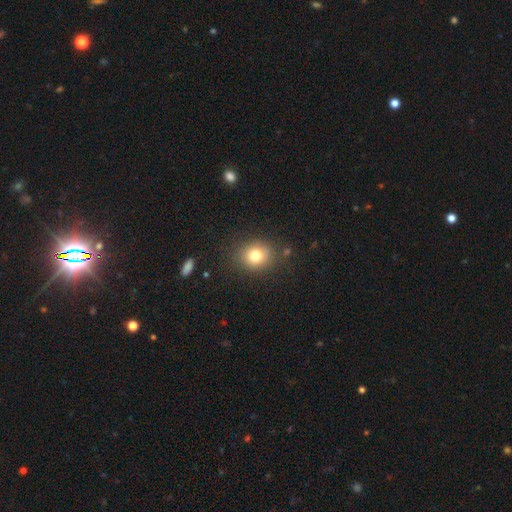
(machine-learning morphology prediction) Smooth or featured?
  - smooth: 78% *
  - star or artifact: 12%
  - featured or disk: 10%
How rounded?
  - round: 70% *
  - in between: 29%
  - cigar-shaped: 1%
Merging?
  - none: 84% *
  - minor disturbance: 10%
  - major disturbance: 4%
  - merger: 2%